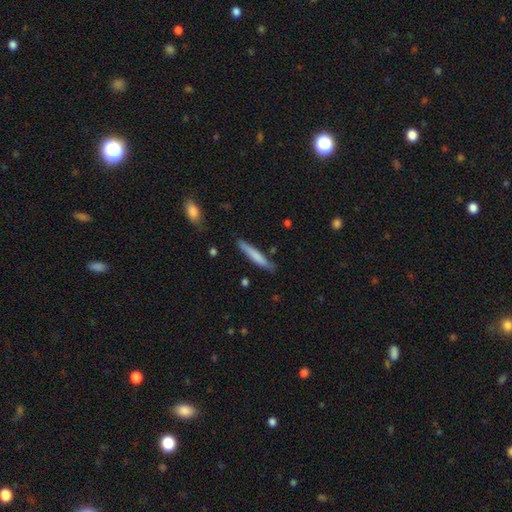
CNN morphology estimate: Smooth or featured? smooth (71%)
How rounded? cigar-shaped (93%)
Merging? none (81%)